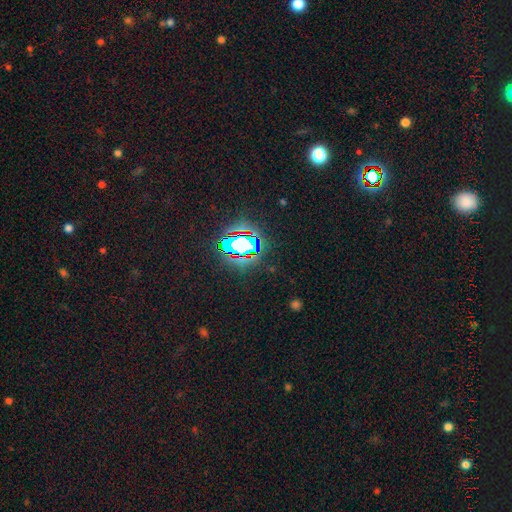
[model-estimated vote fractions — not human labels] Smooth or featured?
  - star or artifact: 82% *
  - smooth: 11%
  - featured or disk: 7%